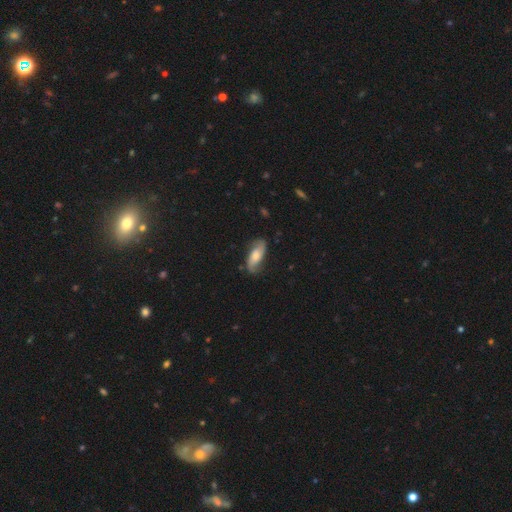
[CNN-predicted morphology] Smooth or featured? Predicted: featured or disk (p=0.56). Edge-on disk? Predicted: no (p=0.88). Merging? Predicted: none (p=0.75).